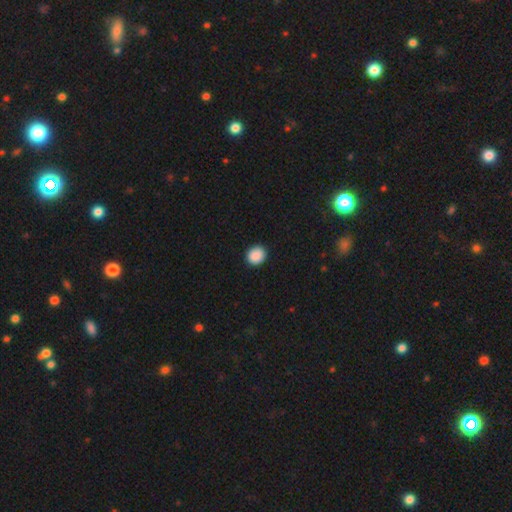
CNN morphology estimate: A smooth galaxy with no disk features (90%) that is round (81%). Merging: none (92%).